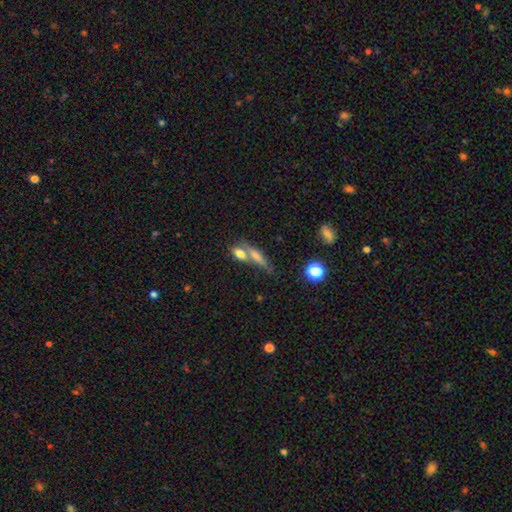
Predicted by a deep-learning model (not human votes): smooth-or-featured: smooth: 59% | featured or disk: 29% | star or artifact: 12%
  how-rounded: cigar-shaped: 58% | in between: 34% | round: 8%
  merging: none: 45% | merger: 39% | minor disturbance: 11% | major disturbance: 5%